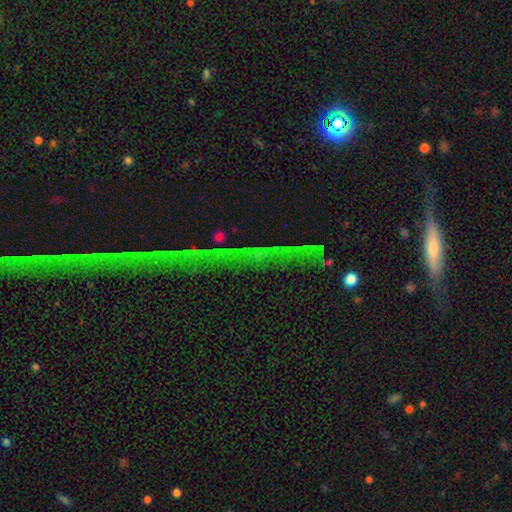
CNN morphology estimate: This appears to be a star or artifact, not a galaxy (73%).